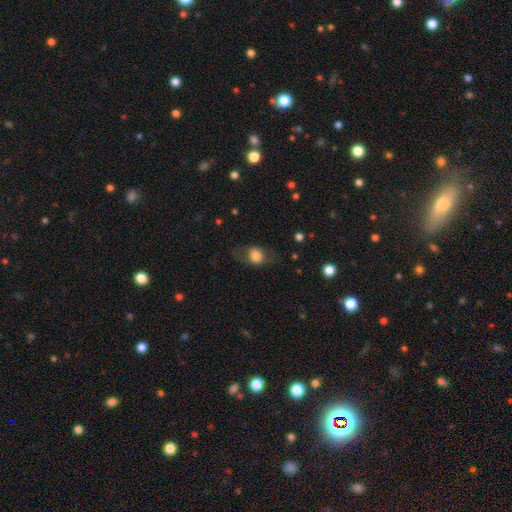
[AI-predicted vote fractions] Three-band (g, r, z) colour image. It shows a smooth galaxy with no disk features (70%) that is in between round and cigar-shaped (50%). Merging: none (67%).